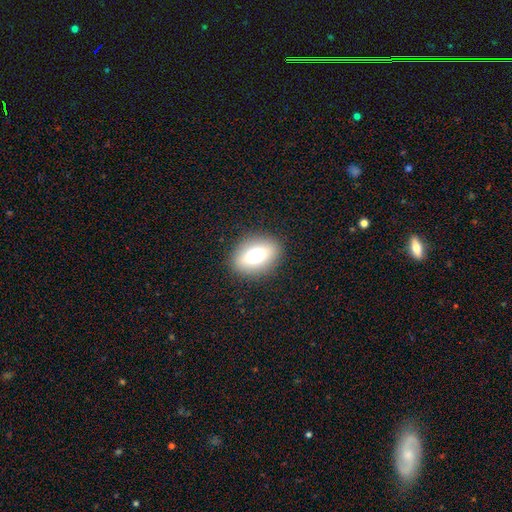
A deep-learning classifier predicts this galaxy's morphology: smooth_or_featured: smooth (p=0.74) [alt: featured or disk p=0.16]
how_rounded: in between (p=0.78) [alt: round p=0.19]
merging: none (p=0.88) [alt: minor disturbance p=0.08]